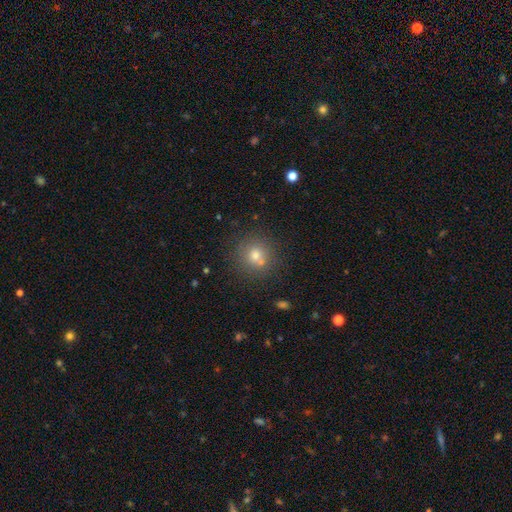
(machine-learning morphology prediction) A smooth galaxy with no disk features (70%) that is round (92%). Merging: none (72%).